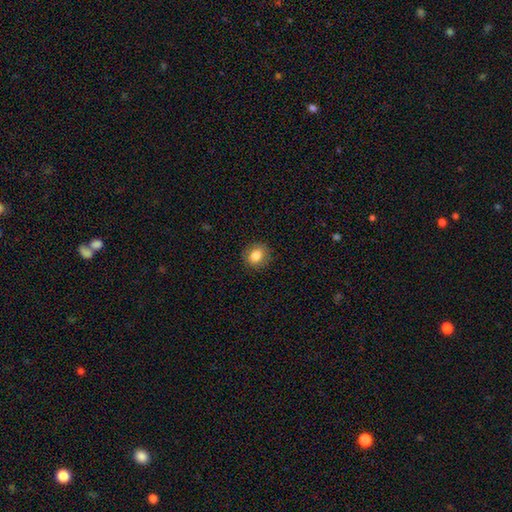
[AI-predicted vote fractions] smooth-or-featured: smooth: 81% | star or artifact: 10% | featured or disk: 9%
  how-rounded: round: 78% | in between: 21% | cigar-shaped: 1%
  merging: none: 89% | minor disturbance: 8% | major disturbance: 2% | merger: 1%